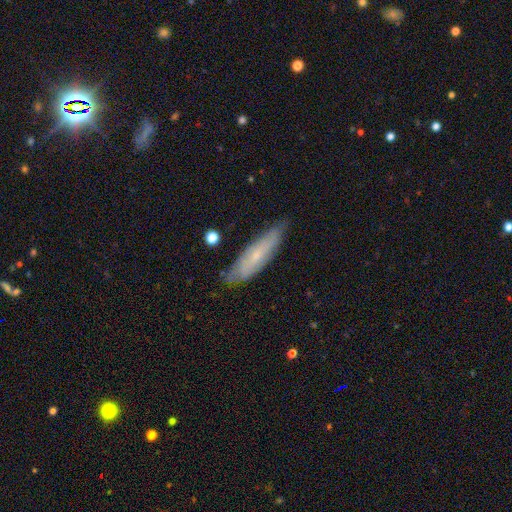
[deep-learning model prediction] Smooth or featured: smooth — 48% (featured or disk — 44%)
Merging: none — 73% (minor disturbance — 21%)